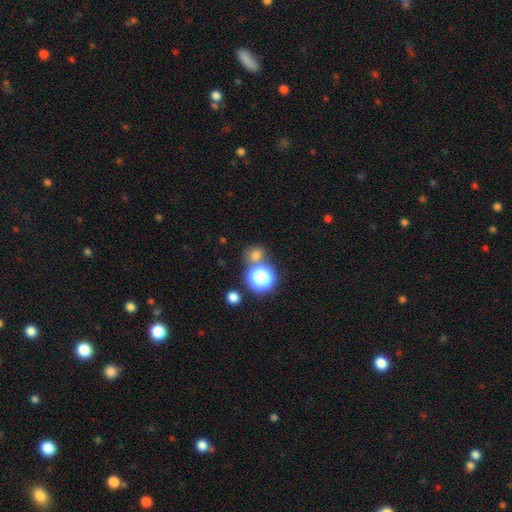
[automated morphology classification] Smooth or featured?
  - smooth: 68% *
  - star or artifact: 25%
  - featured or disk: 7%
How rounded?
  - round: 77% *
  - in between: 22%
  - cigar-shaped: 1%
Merging?
  - none: 67% *
  - merger: 19%
  - minor disturbance: 9%
  - major disturbance: 4%